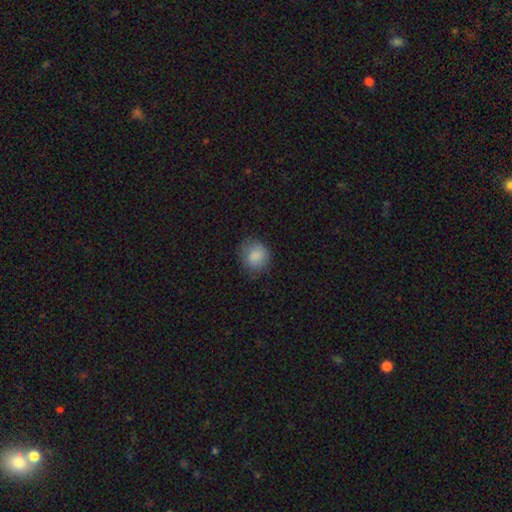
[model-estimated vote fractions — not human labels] The model was most divided on "how rounded": round: 78%, in between: 21%, cigar-shaped: 1%. More confident: smooth or featured — smooth (86%); merging — none (77%).